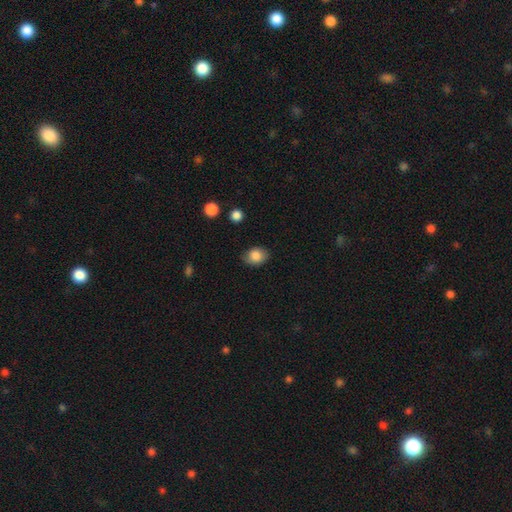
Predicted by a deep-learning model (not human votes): Overall: smooth (85%). How rounded: in between (62%; round 37%). Merging: none (80%).